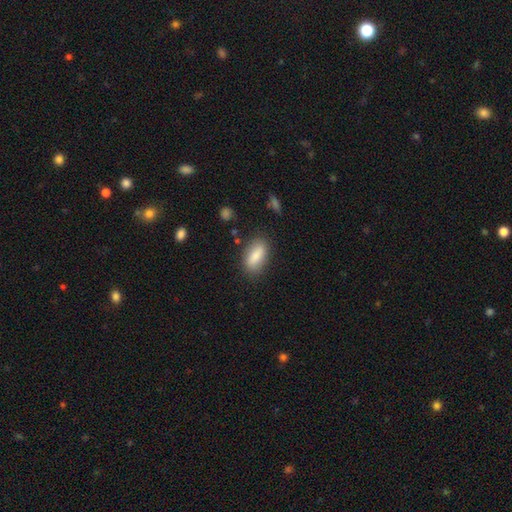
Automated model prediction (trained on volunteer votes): Smooth or featured?
  - smooth: 84% *
  - featured or disk: 10%
  - star or artifact: 7%
How rounded?
  - in between: 84% *
  - cigar-shaped: 12%
  - round: 3%
Merging?
  - none: 81% *
  - minor disturbance: 13%
  - major disturbance: 4%
  - merger: 2%